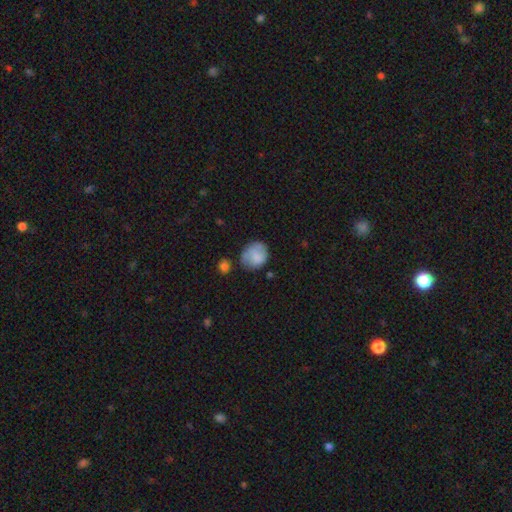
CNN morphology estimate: Smooth or featured? Predicted: smooth (p=0.70). How rounded? Predicted: round (p=0.70). Merging? Predicted: none (p=0.60).